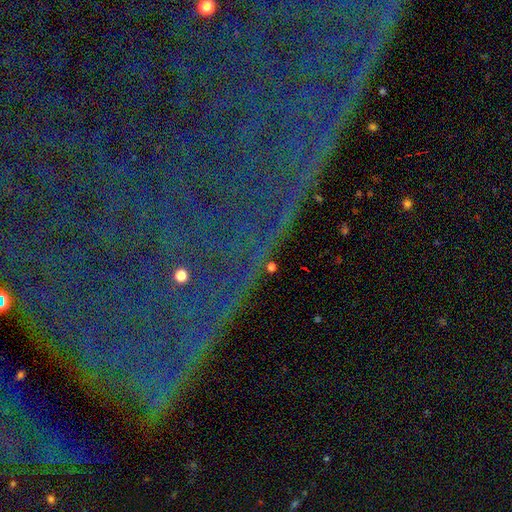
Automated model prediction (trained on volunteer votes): Smooth or featured? star or artifact (84%)